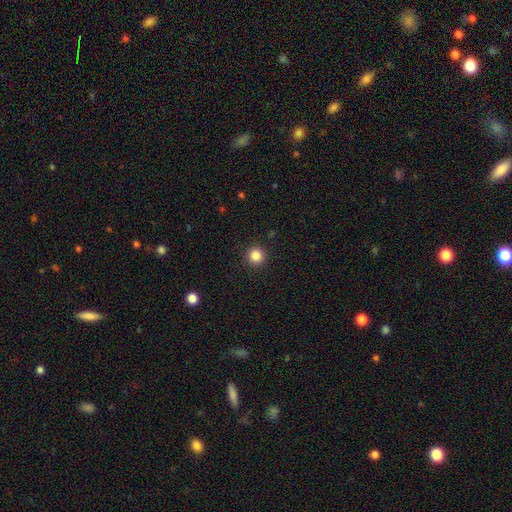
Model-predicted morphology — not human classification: Smooth or featured? Predicted: smooth (p=0.85). How rounded? Predicted: round (p=0.95). Merging? Predicted: none (p=0.92).